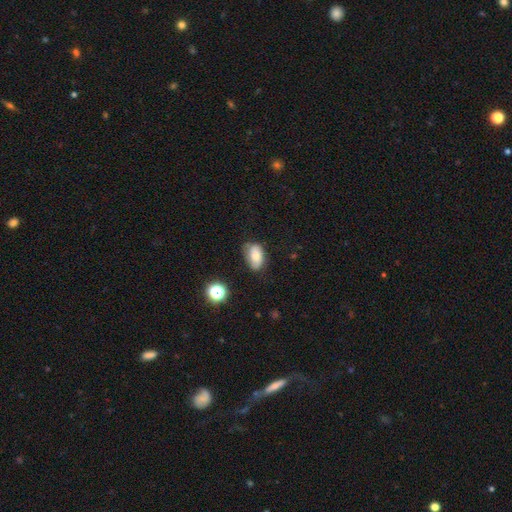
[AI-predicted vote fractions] A smooth galaxy with no disk features (69%) that is in between round and cigar-shaped (89%). Merging: none (59%).